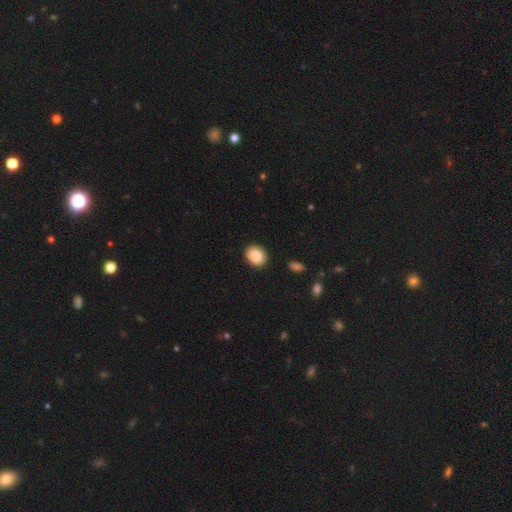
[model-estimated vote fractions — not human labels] This appears to be a smooth galaxy with no disk features (88%) that is in between round and cigar-shaped (55%). Merging: none (90%).